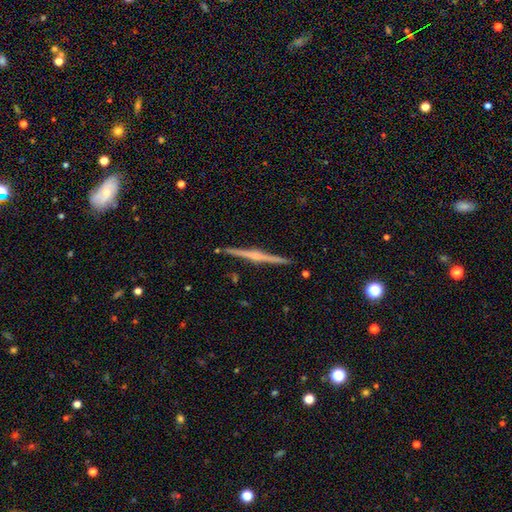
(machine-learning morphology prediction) smooth-or-featured: featured or disk: 80% | smooth: 15% | star or artifact: 5%
  disk-edge-on: yes: 99% | no: 1%
    edge-on-bulge: rounded: 61% | none: 22% | boxy: 17%
  merging: none: 92% | minor disturbance: 5% | major disturbance: 1% | merger: 1%